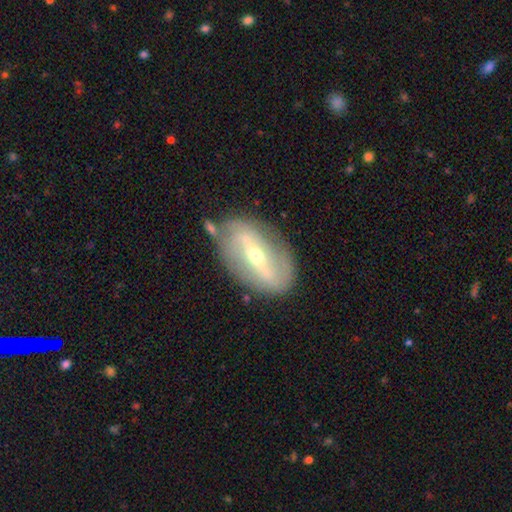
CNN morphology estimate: smooth-or-featured: featured or disk: 78% | smooth: 16% | star or artifact: 7%
  disk-edge-on: no: 88% | yes: 12%
    bar: strong: 61% | weak: 25% | no: 14%
    has-spiral-arms: yes: 67% | no: 33%
    bulge-size: small: 53% | moderate: 44% | large: 2% | dominant: 1% | none: 1%
  merging: none: 74% | minor disturbance: 17% | major disturbance: 6% | merger: 4%